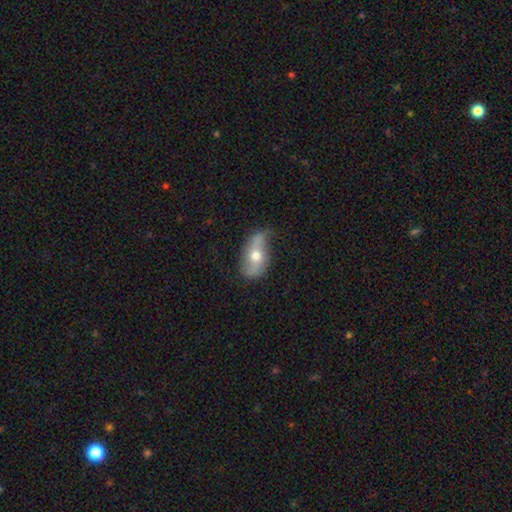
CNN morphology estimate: featured or disk 57%, smooth 36%, star or artifact 7%. Down the decision tree: edge-on disk — no (83%); merging — none (58%).